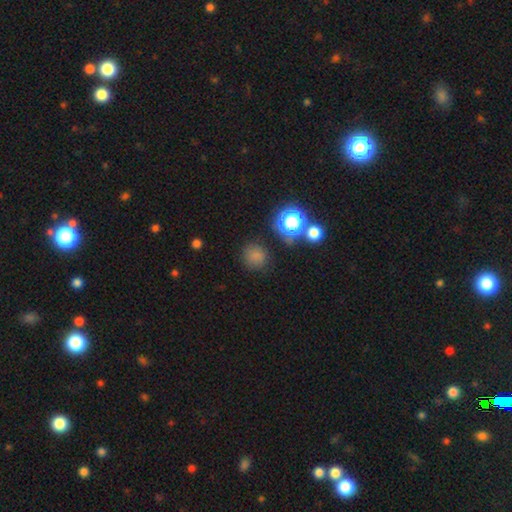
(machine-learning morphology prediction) A smooth galaxy with no disk features (75%) that is round (90%). Merging: none (81%).